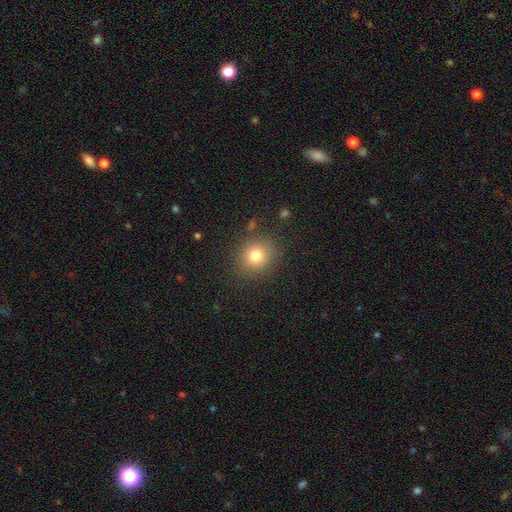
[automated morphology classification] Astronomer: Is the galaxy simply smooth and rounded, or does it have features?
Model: smooth — 78%.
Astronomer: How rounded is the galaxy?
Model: round — 84%.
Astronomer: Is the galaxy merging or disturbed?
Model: none — 85%.